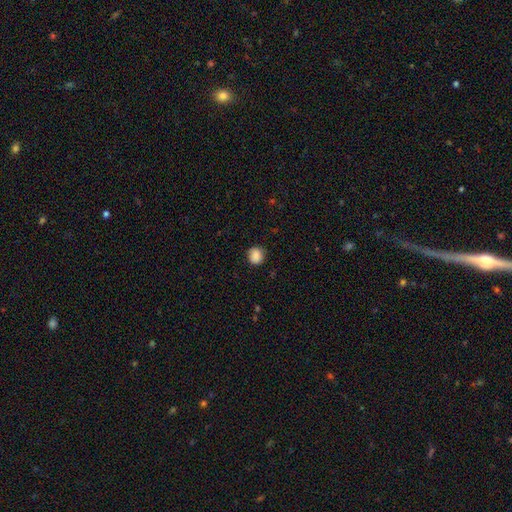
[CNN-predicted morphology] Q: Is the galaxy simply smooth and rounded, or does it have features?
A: smooth — 86%.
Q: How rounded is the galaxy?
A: round — 82%.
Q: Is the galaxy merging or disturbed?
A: none — 83%.